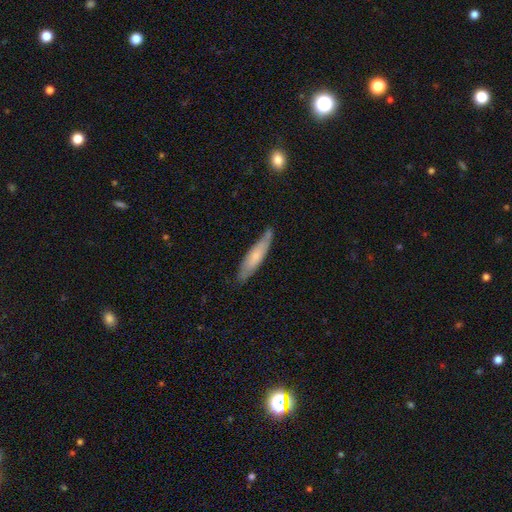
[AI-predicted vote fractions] This appears to be a smooth galaxy with no disk features (63%) that is cigar-shaped (82%). Merging: none (76%).